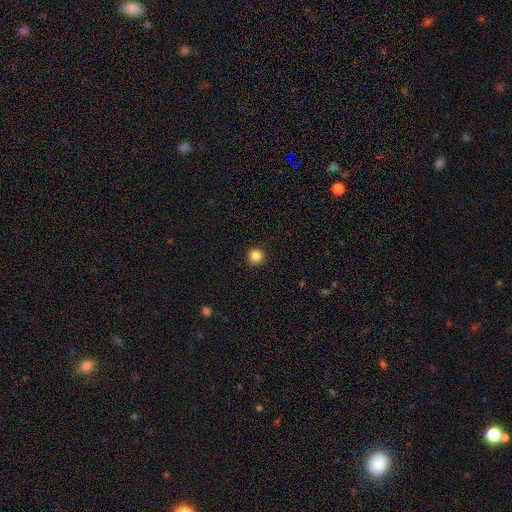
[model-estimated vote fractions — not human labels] Morphology: type=smooth (85%); roundness=round (95%); merging=none (91%).